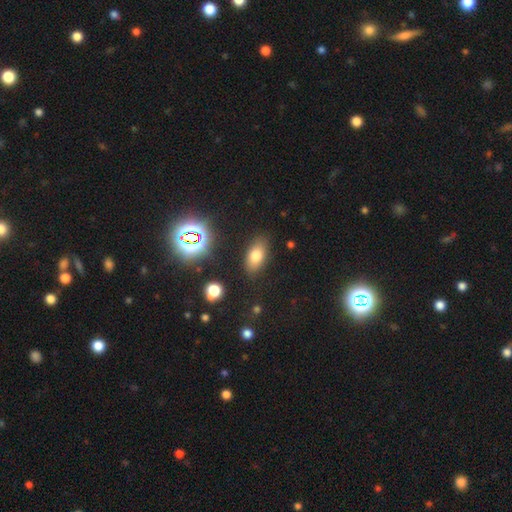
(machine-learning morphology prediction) smooth-or-featured: smooth: 72% | star or artifact: 16% | featured or disk: 13%
  how-rounded: in between: 88% | round: 8% | cigar-shaped: 4%
  merging: none: 85% | minor disturbance: 10% | major disturbance: 3% | merger: 2%